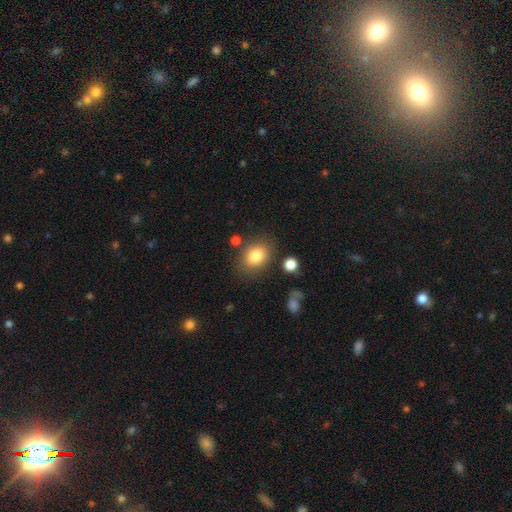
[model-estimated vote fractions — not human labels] Overall: smooth (82%). How rounded: in between (60%; round 39%). Merging: none (77%).